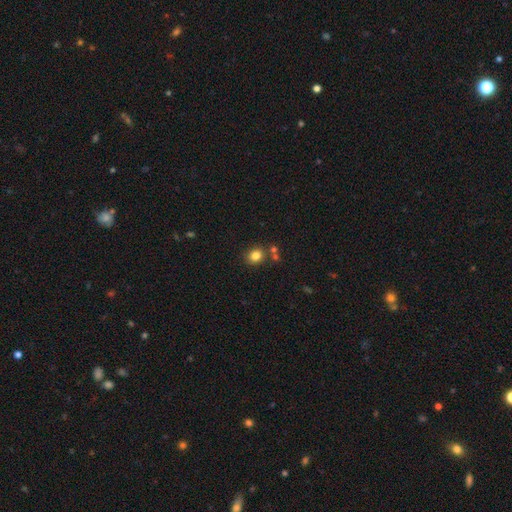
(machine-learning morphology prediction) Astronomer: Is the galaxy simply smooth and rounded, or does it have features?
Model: smooth — 82%.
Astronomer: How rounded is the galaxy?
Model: round — 70%.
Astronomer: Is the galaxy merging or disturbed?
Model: none — 74%.